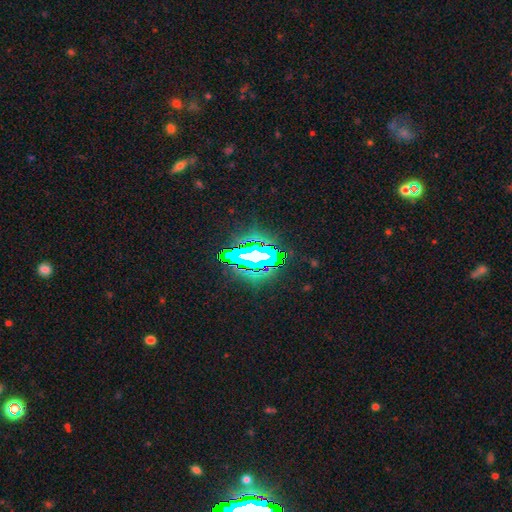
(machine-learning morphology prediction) smooth_or_featured: star or artifact (p=0.67) [alt: smooth p=0.17]